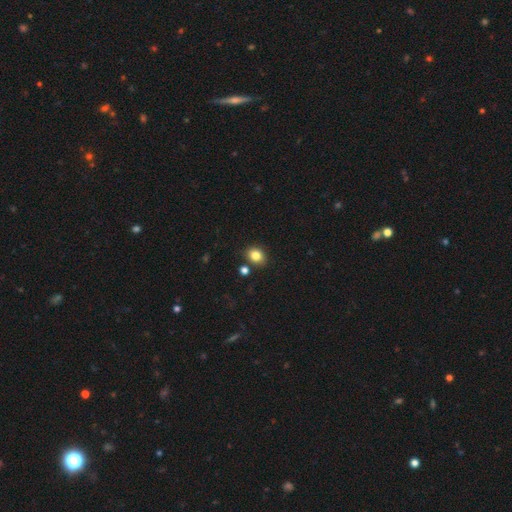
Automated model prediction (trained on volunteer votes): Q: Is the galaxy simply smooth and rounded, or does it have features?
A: smooth — 83%.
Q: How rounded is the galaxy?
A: round — 56%.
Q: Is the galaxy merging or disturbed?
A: none — 82%.